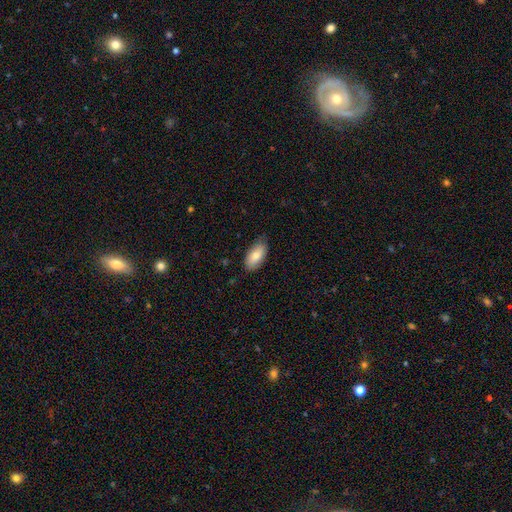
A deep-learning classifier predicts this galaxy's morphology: type=smooth (80%); roundness=in between (93%); merging=none (77%).